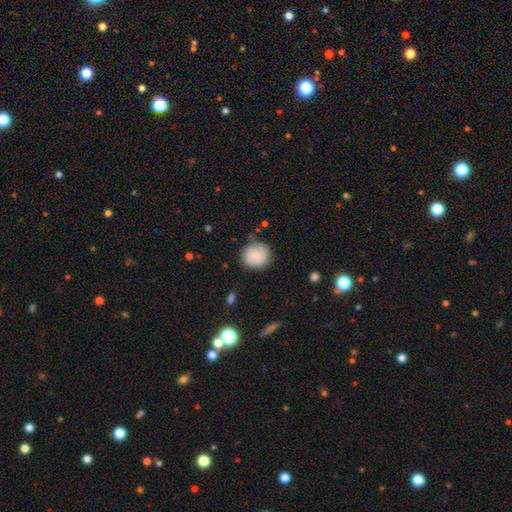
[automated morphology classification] Overall: smooth (80%). How rounded: round (87%). Merging: none (81%).